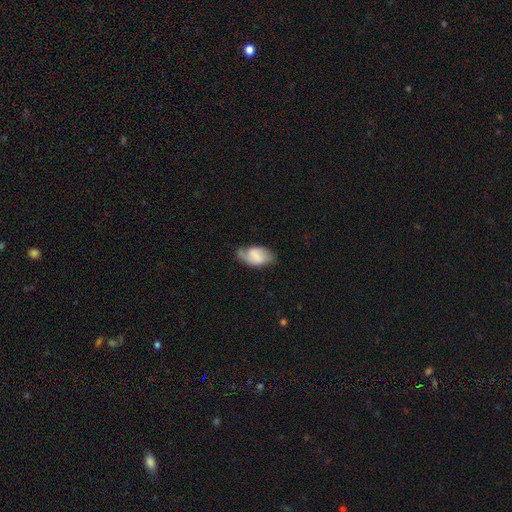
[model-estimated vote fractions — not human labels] The model was most divided on "merging": none: 46%, minor disturbance: 35%, major disturbance: 16%, merger: 3%. More confident: how rounded — in between (91%); smooth or featured — smooth (52%).